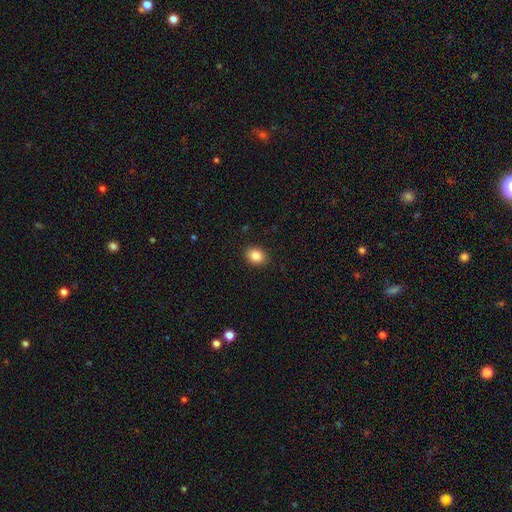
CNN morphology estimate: smooth 85%, star or artifact 9%, featured or disk 5%. Down the decision tree: how rounded — in between (56%); merging — none (90%).